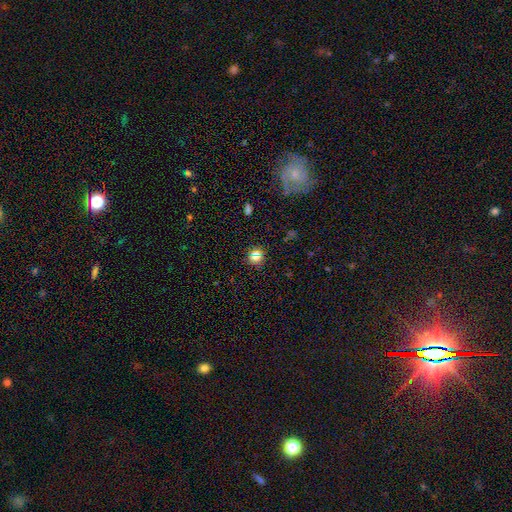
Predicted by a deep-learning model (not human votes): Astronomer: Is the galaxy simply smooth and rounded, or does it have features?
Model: smooth — 61%.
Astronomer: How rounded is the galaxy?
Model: round — 88%.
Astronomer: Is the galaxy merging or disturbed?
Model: none — 86%.